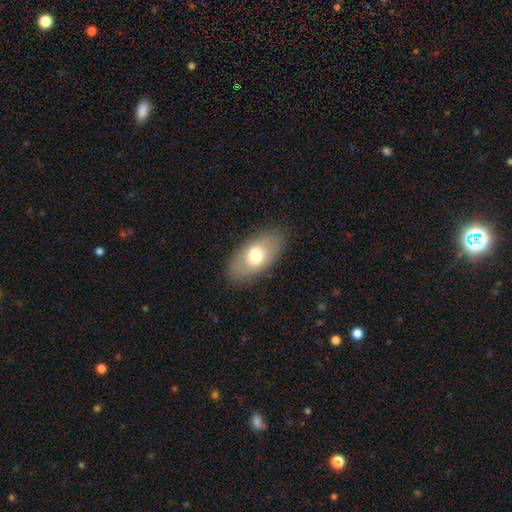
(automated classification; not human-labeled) This appears to be a smooth galaxy with no disk features (69%) that is in between round and cigar-shaped (91%). Merging: none (85%).